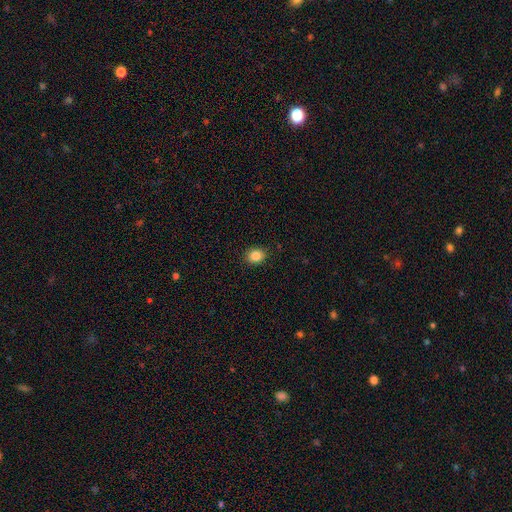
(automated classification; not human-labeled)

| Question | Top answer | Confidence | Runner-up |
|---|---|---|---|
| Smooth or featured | smooth | 85% | star or artifact (10%) |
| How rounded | round | 61% | in between (38%) |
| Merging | none | 90% | minor disturbance (7%) |